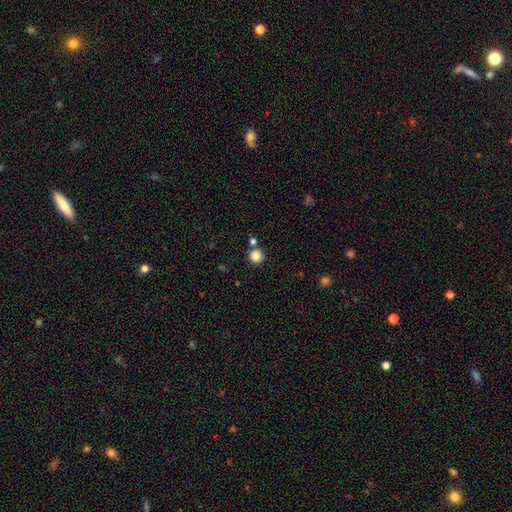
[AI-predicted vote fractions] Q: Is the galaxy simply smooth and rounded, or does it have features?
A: smooth — 85%.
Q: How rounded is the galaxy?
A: round — 95%.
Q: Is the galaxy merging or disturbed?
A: none — 82%.